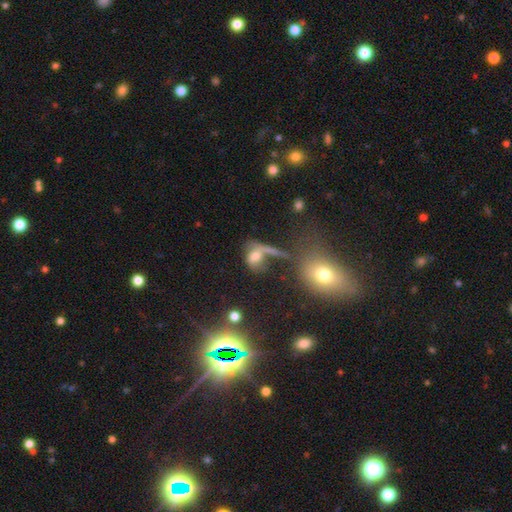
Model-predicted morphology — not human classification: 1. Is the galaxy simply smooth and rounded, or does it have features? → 54% smooth, 27% featured or disk, 19% star or artifact.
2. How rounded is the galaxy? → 59% in between, 34% round, 7% cigar-shaped.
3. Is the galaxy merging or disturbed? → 32% merger, 31% none, 22% major disturbance, 15% minor disturbance.